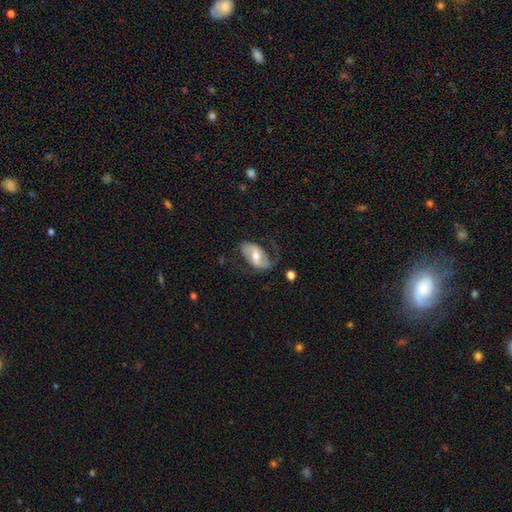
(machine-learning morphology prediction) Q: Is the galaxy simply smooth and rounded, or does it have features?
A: featured or disk — 66%.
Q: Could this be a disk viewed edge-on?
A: no — 94%.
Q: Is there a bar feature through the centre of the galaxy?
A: weak — 40%.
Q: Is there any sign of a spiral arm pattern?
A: yes — 79%.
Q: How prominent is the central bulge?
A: moderate — 69%.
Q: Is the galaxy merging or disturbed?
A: none — 50%.